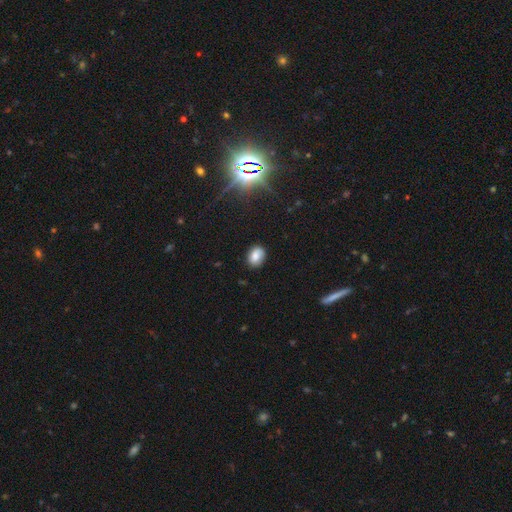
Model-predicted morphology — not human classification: Smooth or featured: smooth — 81% (star or artifact — 11%)
How rounded: in between — 67% (round — 32%)
Merging: none — 84% (minor disturbance — 12%)